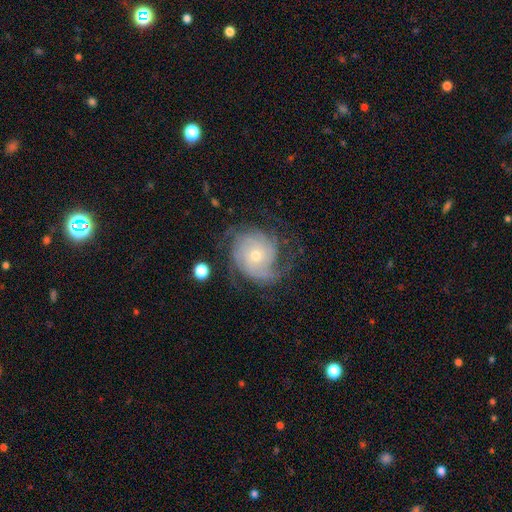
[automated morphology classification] Smooth or featured? featured or disk (85%)
Edge-on disk? no (98%)
Bar? no (79%)
Spiral arms? yes (96%)
Spiral winding? tight (62%)
Spiral arm count? can't tell (28%)
Bulge size? small (58%)
Merging? none (67%)